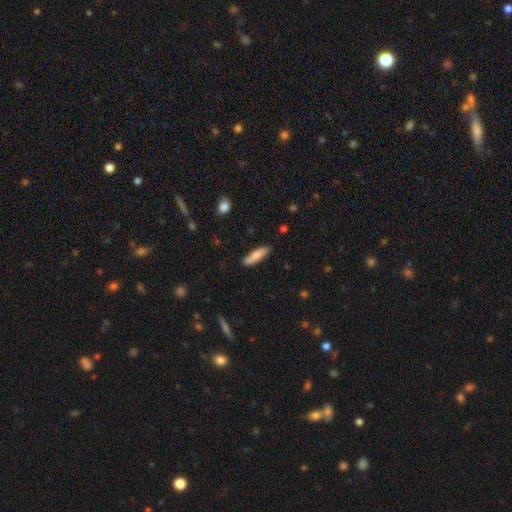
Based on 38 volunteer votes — smooth-or-featured: smooth: 79% | featured or disk: 16% | star or artifact: 5%
  how-rounded: cigar-shaped: 70% | in between: 30% | round: 0%
  merging: none: 72% | minor disturbance: 25% | merger: 3% | major disturbance: 0%